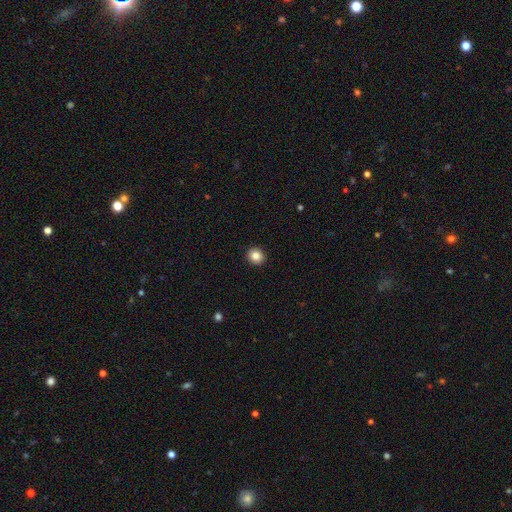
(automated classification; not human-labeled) This appears to be a smooth galaxy with no disk features (85%) that is round (85%). Merging: none (93%).